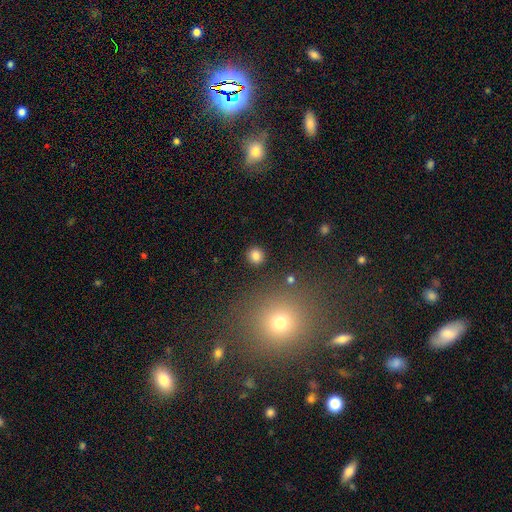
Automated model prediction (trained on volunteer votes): This is clearly a smooth galaxy (83%). How rounded: clearly round (92%). Merging: clearly none (90%).